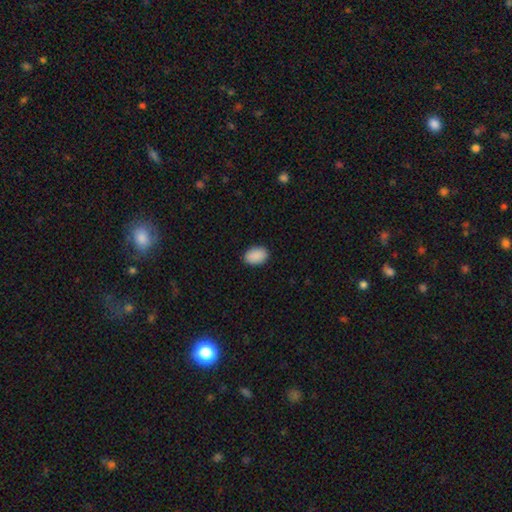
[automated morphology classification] This appears to be a smooth galaxy with no disk features (91%) that is in between round and cigar-shaped (83%). Merging: none (89%).